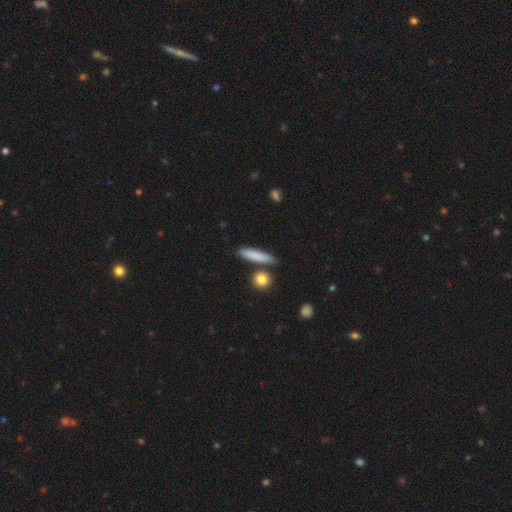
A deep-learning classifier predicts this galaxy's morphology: Smooth or featured? smooth (82%)
How rounded? cigar-shaped (74%)
Merging? none (78%)